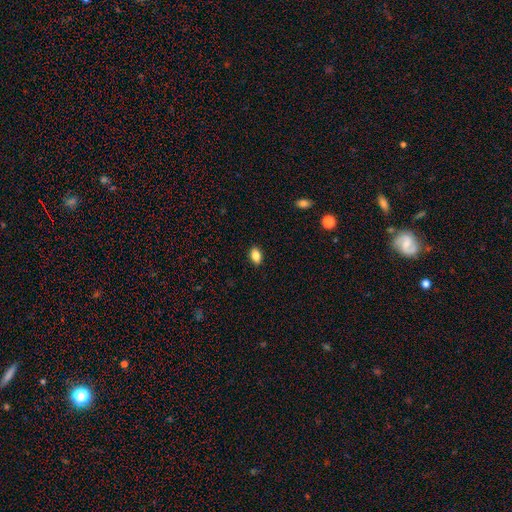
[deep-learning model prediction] The model was most divided on "smooth or featured": smooth: 84%, star or artifact: 9%, featured or disk: 7%. More confident: merging — none (89%); how rounded — in between (89%).